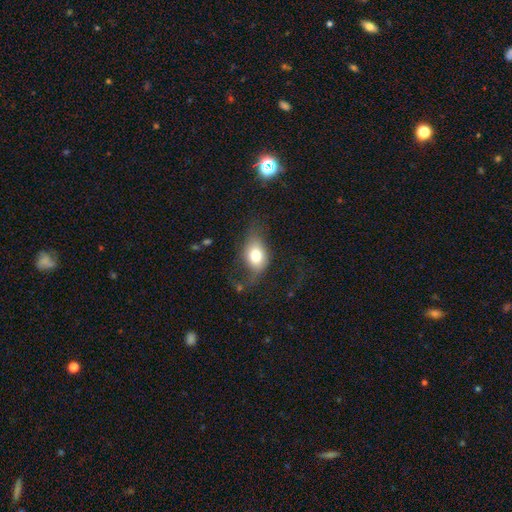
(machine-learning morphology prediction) A smooth galaxy with no disk features (68%) that is in between round and cigar-shaped (78%).

Vote fractions:
- Smooth or featured? smooth: 68% / featured or disk: 23% / star or artifact: 9%
- How rounded? in between: 78% / round: 20% / cigar-shaped: 2%
- Merging? none: 42% / major disturbance: 29% / minor disturbance: 27% / merger: 3%